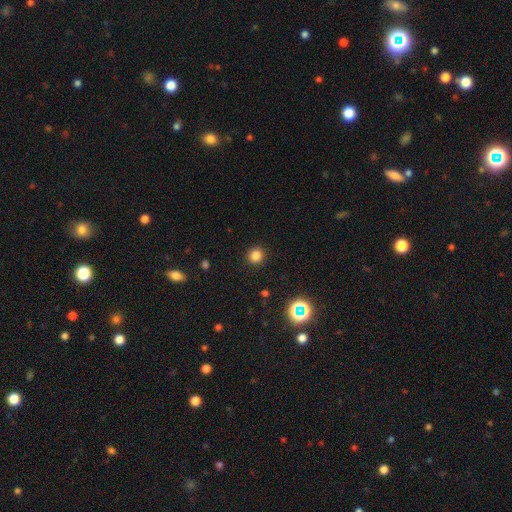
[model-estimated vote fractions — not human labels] Overall: smooth (81%). How rounded: round (93%). Merging: none (92%).